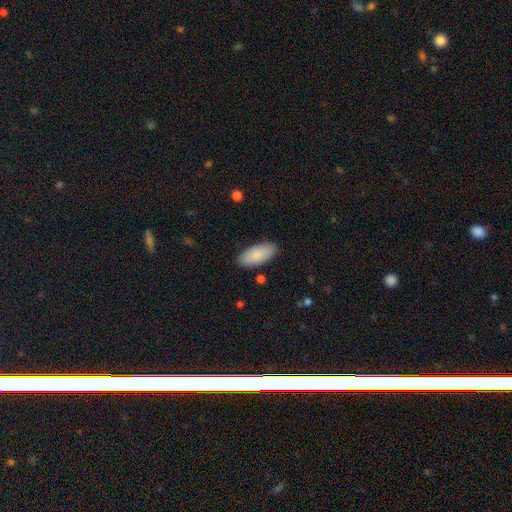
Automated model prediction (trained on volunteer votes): The model was most divided on "merging": none: 87%, minor disturbance: 10%, major disturbance: 2%, merger: 1%. More confident: how rounded — in between (89%); smooth or featured — smooth (88%).